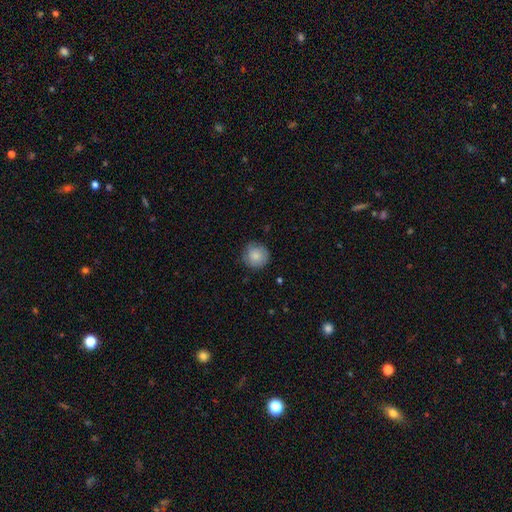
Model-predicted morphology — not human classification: The model was most divided on "merging": none: 79%, minor disturbance: 16%, major disturbance: 3%, merger: 1%. More confident: how rounded — round (93%); smooth or featured — smooth (83%).